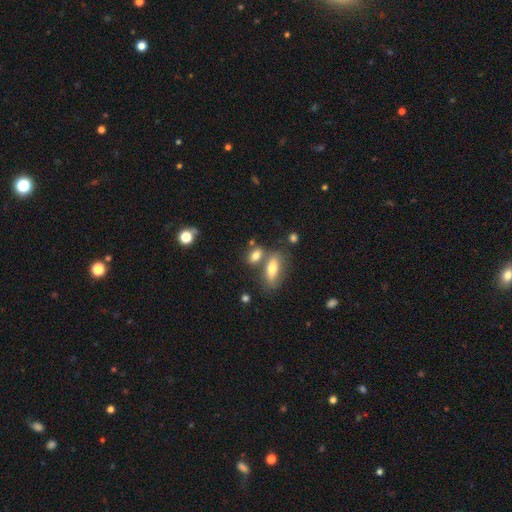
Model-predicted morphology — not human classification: This appears to be a smooth galaxy with no disk features (75%) that is in between round and cigar-shaped (75%). Merging: none (54%).